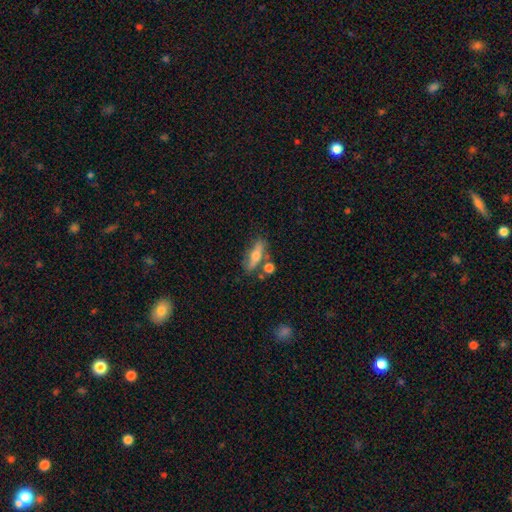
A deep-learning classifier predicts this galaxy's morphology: smooth_or_featured: smooth (p=0.49) [alt: featured or disk p=0.44]
merging: none (p=0.65) [alt: minor disturbance p=0.16]